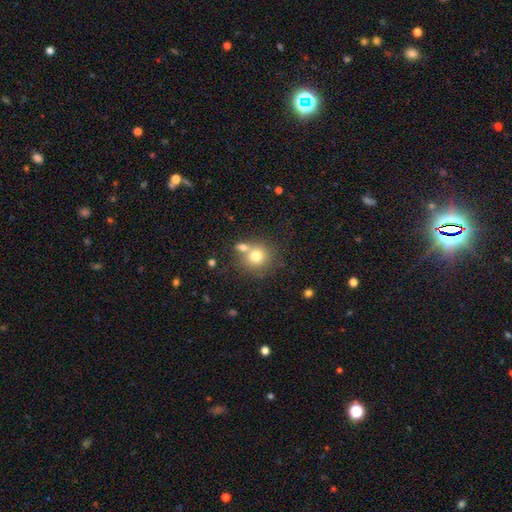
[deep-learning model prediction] smooth-or-featured: smooth: 76% | featured or disk: 13% | star or artifact: 11%
  how-rounded: round: 87% | in between: 12% | cigar-shaped: 1%
  merging: none: 54% | merger: 33% | minor disturbance: 10% | major disturbance: 4%